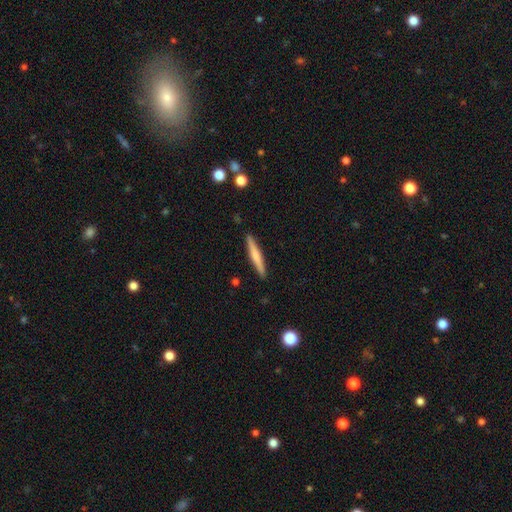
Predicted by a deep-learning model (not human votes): smooth-or-featured: smooth: 52% | featured or disk: 42% | star or artifact: 5%
  how-rounded: cigar-shaped: 95% | in between: 4% | round: 1%
  merging: none: 91% | minor disturbance: 7% | major disturbance: 1% | merger: 1%